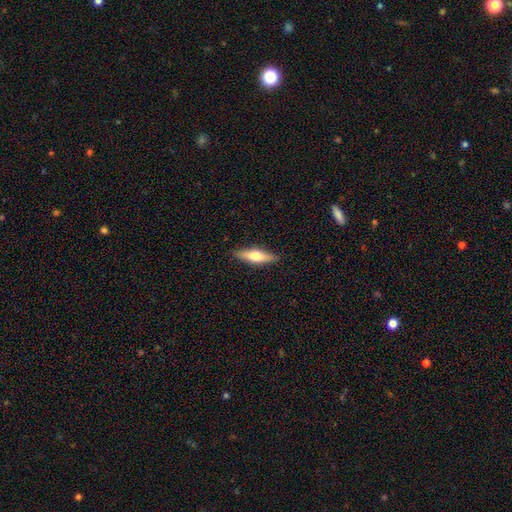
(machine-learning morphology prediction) type=smooth (49%); merging=none (89%).